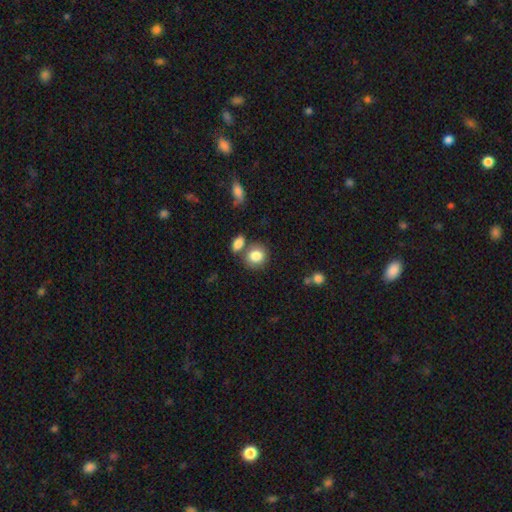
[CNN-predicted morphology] A smooth galaxy with no disk features (85%) that is round (70%). Merging: none (62%).